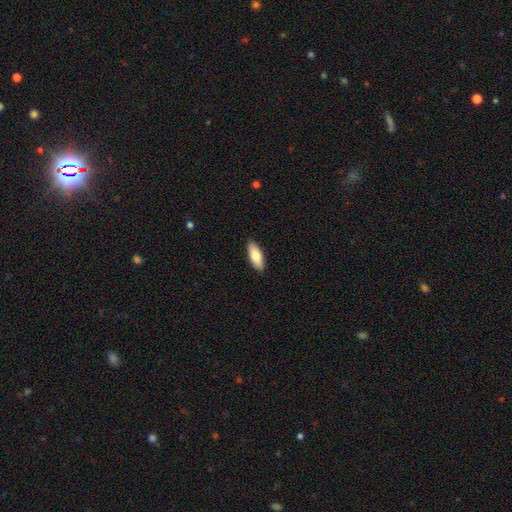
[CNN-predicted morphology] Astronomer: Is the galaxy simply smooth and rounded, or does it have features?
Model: smooth — 81%.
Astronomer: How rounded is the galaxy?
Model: in between — 75%.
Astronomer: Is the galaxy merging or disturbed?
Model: none — 90%.